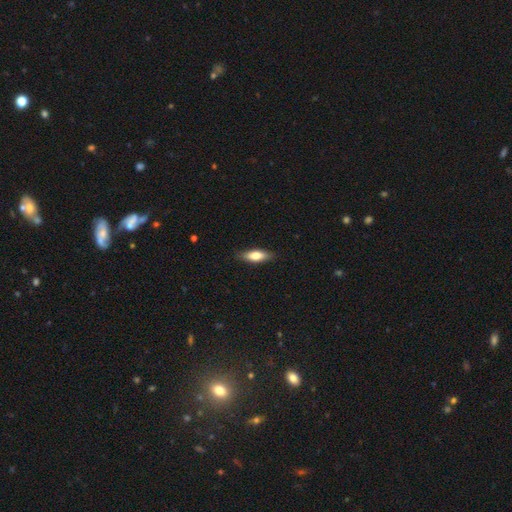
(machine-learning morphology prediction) The model was most divided on "how rounded": in between: 61%, cigar-shaped: 37%, round: 3%. More confident: merging — none (84%); smooth or featured — smooth (71%).